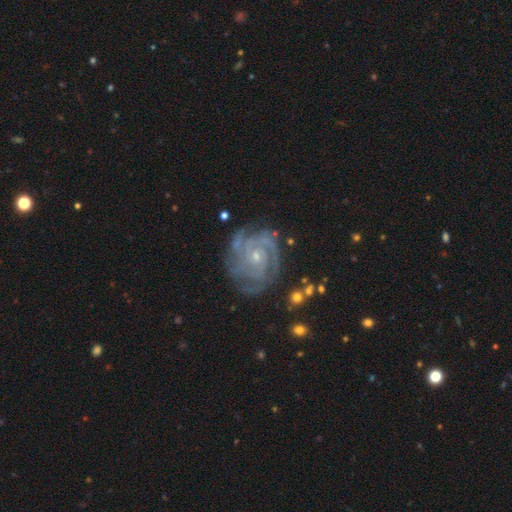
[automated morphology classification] This appears to be a featured or disk galaxy (90%) with no bar (73%), 4 (28%, tied with 3) tight (73%) spiral arms (98%) and a small central bulge (75%). Merging: none (75%).